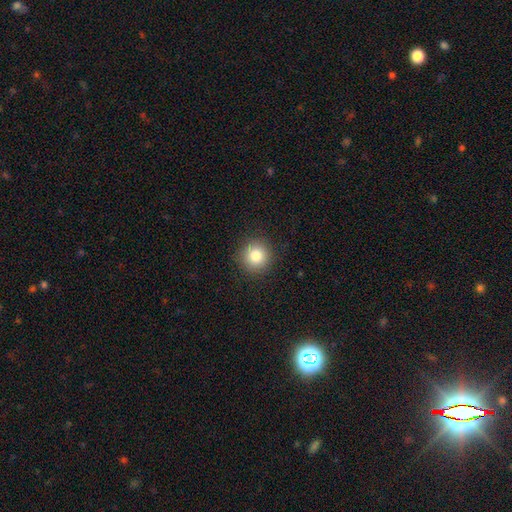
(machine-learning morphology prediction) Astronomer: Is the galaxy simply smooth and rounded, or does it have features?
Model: smooth — 82%.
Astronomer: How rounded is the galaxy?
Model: round — 94%.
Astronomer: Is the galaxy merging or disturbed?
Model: none — 90%.